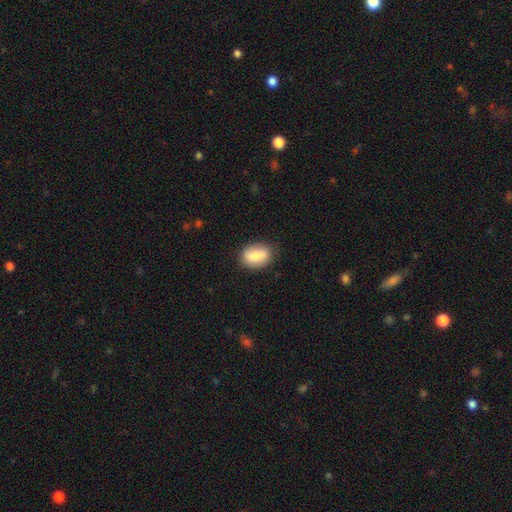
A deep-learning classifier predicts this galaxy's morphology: smooth-or-featured: smooth: 74% | featured or disk: 19% | star or artifact: 7%
  how-rounded: in between: 79% | round: 18% | cigar-shaped: 4%
  merging: none: 81% | minor disturbance: 14% | major disturbance: 3% | merger: 1%